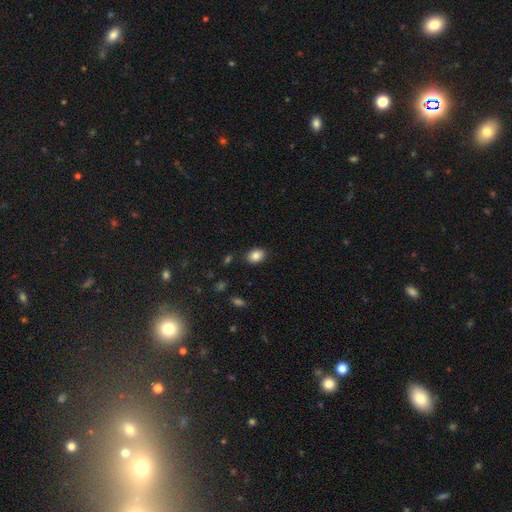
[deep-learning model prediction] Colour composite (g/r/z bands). It shows a smooth galaxy with no disk features (86%) that is in between round and cigar-shaped (71%). Merging: none (84%).